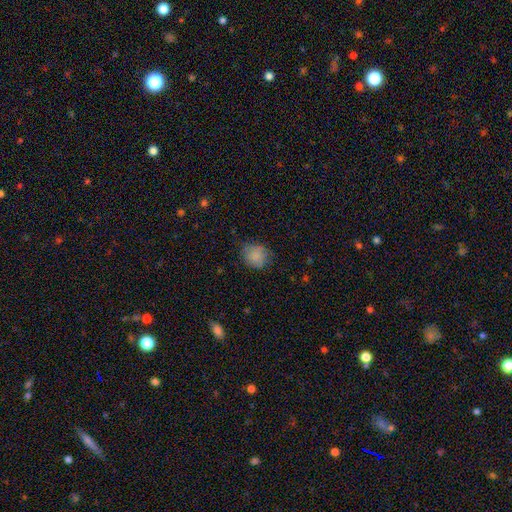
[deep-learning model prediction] Smooth or featured?
  - smooth: 82% *
  - star or artifact: 9%
  - featured or disk: 8%
How rounded?
  - round: 77% *
  - in between: 23%
  - cigar-shaped: 1%
Merging?
  - none: 71% *
  - minor disturbance: 22%
  - major disturbance: 6%
  - merger: 1%